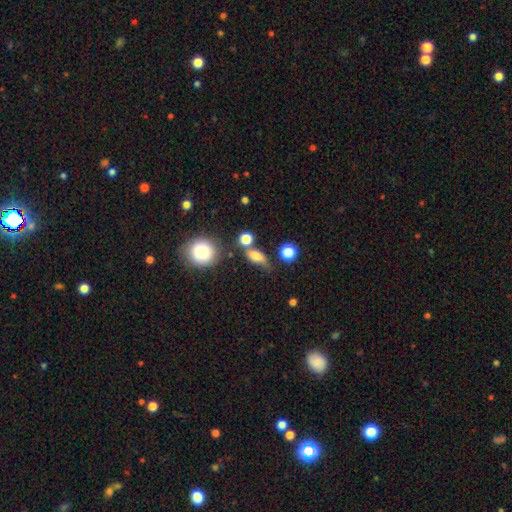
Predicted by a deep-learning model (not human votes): The model was most divided on "merging": none: 48%, minor disturbance: 23%, merger: 17%, major disturbance: 12%. More confident: smooth or featured — smooth (73%); how rounded — in between (67%).